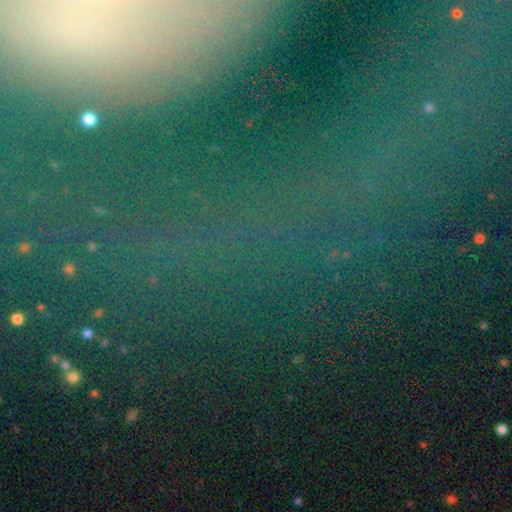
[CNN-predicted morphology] smooth_or_featured: star or artifact (p=0.61) [alt: featured or disk p=0.20]